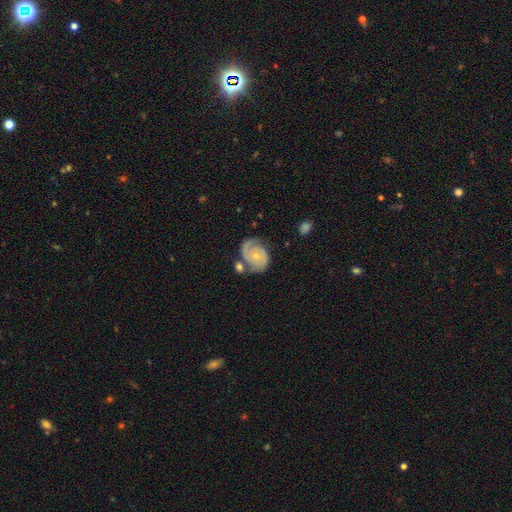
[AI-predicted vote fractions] Q: Smooth or featured?
A: featured or disk (81%); runner-up: smooth (13%)
Q: Edge-on disk?
A: no (98%); runner-up: yes (2%)
Q: Bar?
A: no (76%); runner-up: weak (21%)
Q: Spiral arms?
A: yes (95%); runner-up: no (5%)
Q: Spiral winding?
A: tight (54%); runner-up: medium (35%)
Q: Spiral arm count?
A: 2 (63%); runner-up: 1 (23%)
Q: Bulge size?
A: small (66%); runner-up: moderate (29%)
Q: Merging?
A: none (61%); runner-up: minor disturbance (20%)